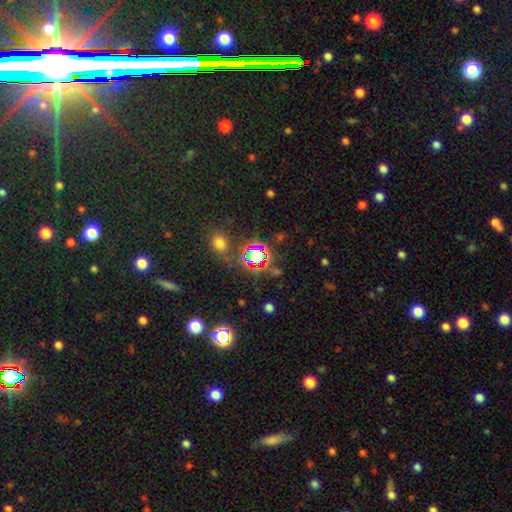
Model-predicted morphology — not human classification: A star or artifact, not a galaxy (67%).

Vote fractions:
- Smooth or featured? star or artifact: 67% / smooth: 24% / featured or disk: 9%